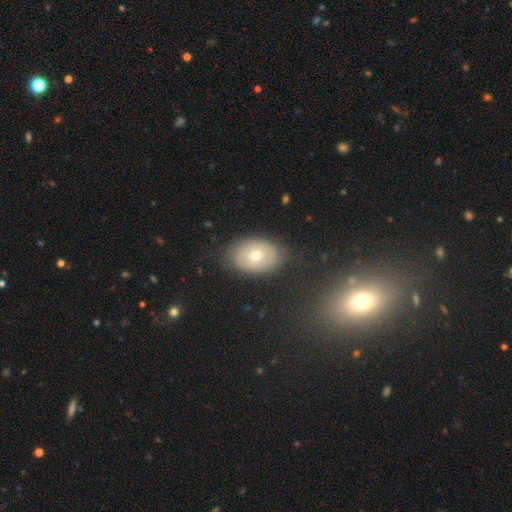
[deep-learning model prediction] Smooth or featured? Predicted: smooth (p=0.55). How rounded? Predicted: in between (p=0.81). Merging? Predicted: none (p=0.80).